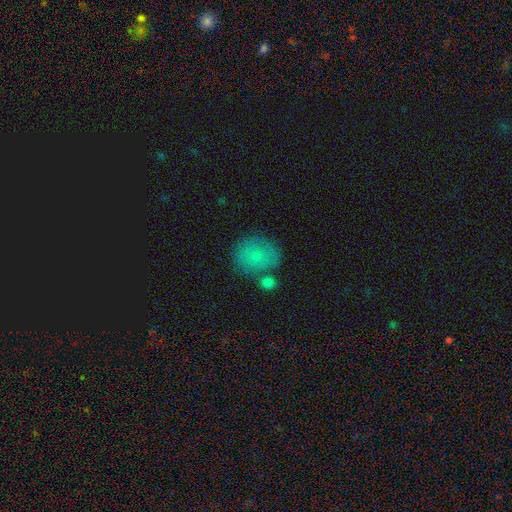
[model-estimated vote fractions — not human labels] Smooth or featured?
  - smooth: 77% *
  - featured or disk: 13%
  - star or artifact: 10%
How rounded?
  - round: 67% *
  - in between: 32%
  - cigar-shaped: 1%
Merging?
  - none: 60% *
  - minor disturbance: 18%
  - merger: 16%
  - major disturbance: 7%